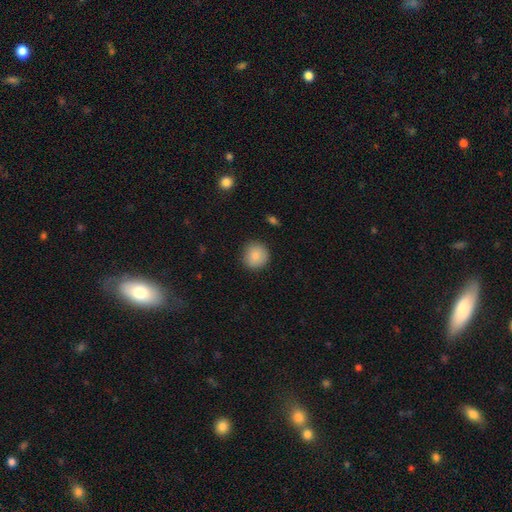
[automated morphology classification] smooth 86%, star or artifact 8%, featured or disk 6%. Down the decision tree: how rounded — round (91%); merging — none (87%).